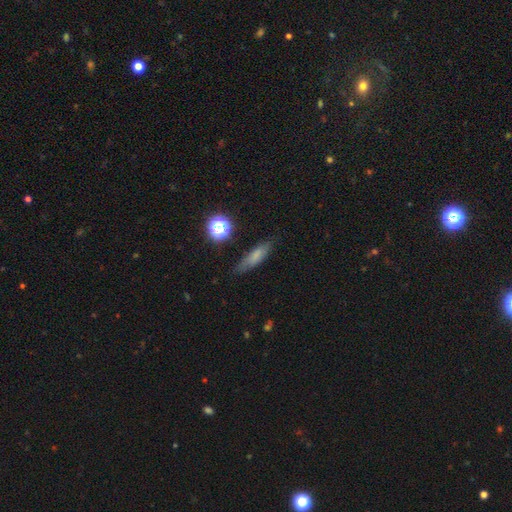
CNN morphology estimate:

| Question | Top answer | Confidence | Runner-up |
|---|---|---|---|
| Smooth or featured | smooth | 73% | featured or disk (15%) |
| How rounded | cigar-shaped | 57% | in between (38%) |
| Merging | none | 79% | minor disturbance (15%) |